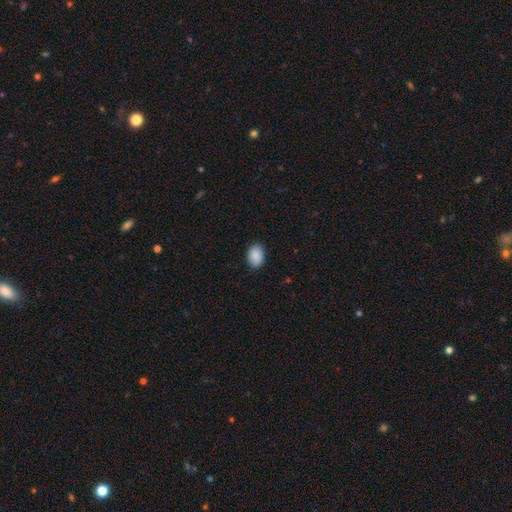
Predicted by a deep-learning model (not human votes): Smooth or featured?
  - smooth: 91% *
  - star or artifact: 7%
  - featured or disk: 2%
How rounded?
  - in between: 82% *
  - round: 17%
  - cigar-shaped: 1%
Merging?
  - none: 88% *
  - minor disturbance: 9%
  - major disturbance: 2%
  - merger: 1%